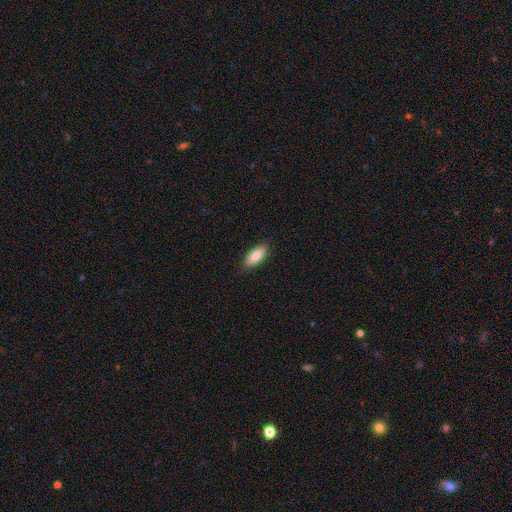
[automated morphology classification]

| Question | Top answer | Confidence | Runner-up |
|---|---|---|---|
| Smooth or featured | smooth | 82% | featured or disk (12%) |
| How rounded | in between | 83% | cigar-shaped (15%) |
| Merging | none | 88% | minor disturbance (9%) |